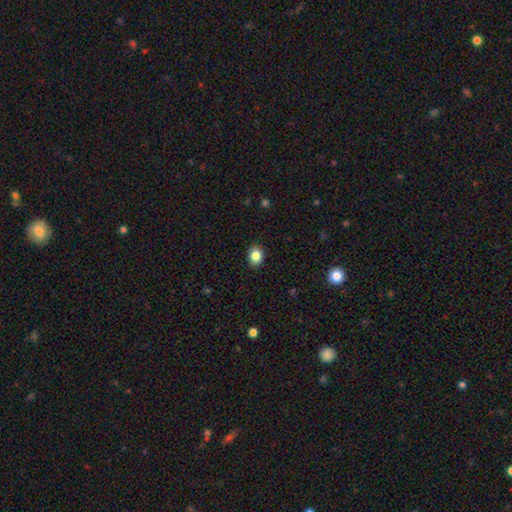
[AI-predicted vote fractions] smooth 85%, star or artifact 9%, featured or disk 6%. Down the decision tree: how rounded — in between (61%); merging — none (90%).